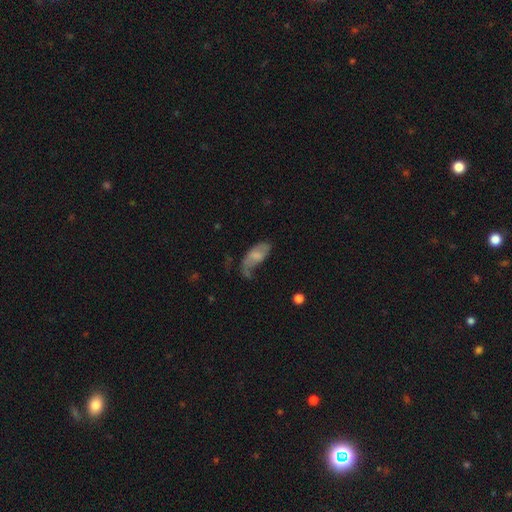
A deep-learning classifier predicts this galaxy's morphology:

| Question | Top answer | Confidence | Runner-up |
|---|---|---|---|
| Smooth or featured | smooth | 59% | featured or disk (33%) |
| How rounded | in between | 88% | cigar-shaped (9%) |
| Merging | major disturbance | 36% | minor disturbance (30%) |